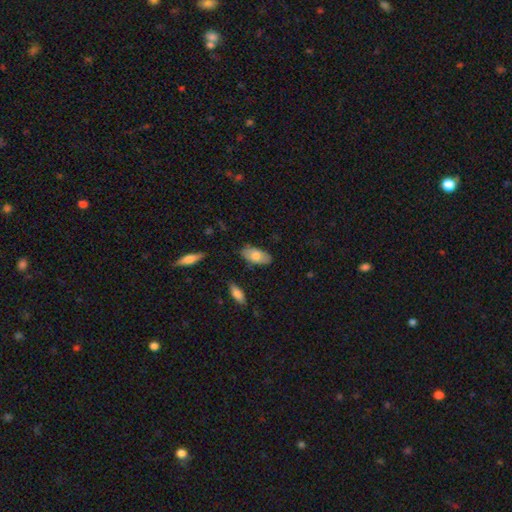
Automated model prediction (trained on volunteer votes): Q: Smooth or featured?
A: smooth (74%); runner-up: featured or disk (20%)
Q: How rounded?
A: in between (92%); runner-up: cigar-shaped (6%)
Q: Merging?
A: none (81%); runner-up: minor disturbance (14%)